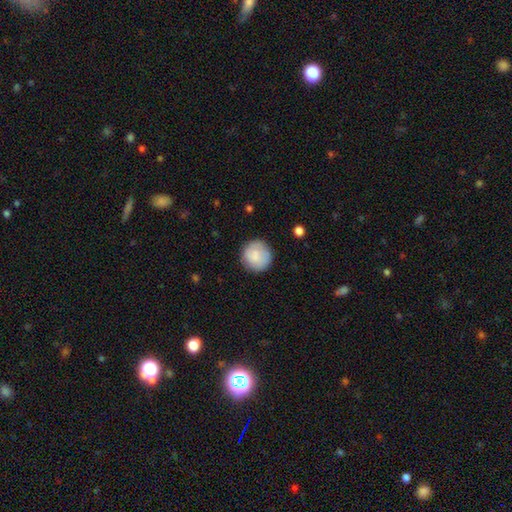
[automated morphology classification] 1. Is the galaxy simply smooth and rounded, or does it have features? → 83% smooth, 11% featured or disk, 6% star or artifact.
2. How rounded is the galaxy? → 94% round, 5% in between, 1% cigar-shaped.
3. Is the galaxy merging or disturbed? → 85% none, 11% minor disturbance, 3% major disturbance, 1% merger.